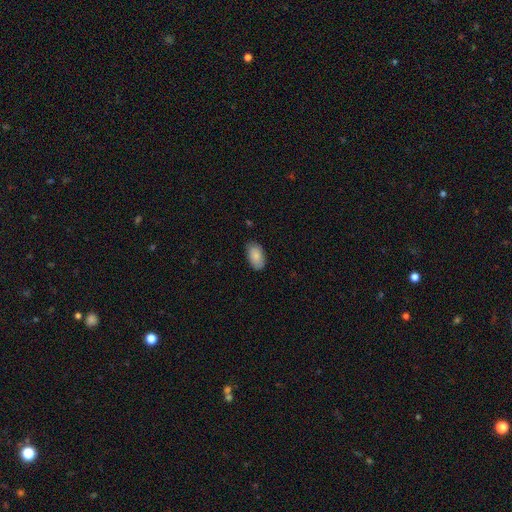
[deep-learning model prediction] Smooth or featured? Predicted: smooth (p=0.86). How rounded? Predicted: in between (p=0.95). Merging? Predicted: none (p=0.84).